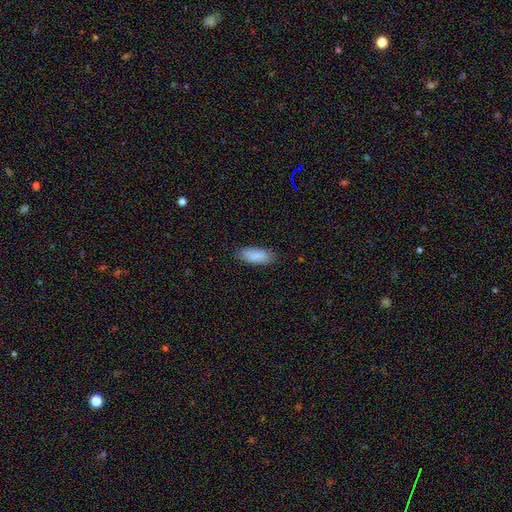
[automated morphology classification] Smooth or featured? Predicted: smooth (p=0.89). How rounded? Predicted: in between (p=0.80). Merging? Predicted: none (p=0.86).